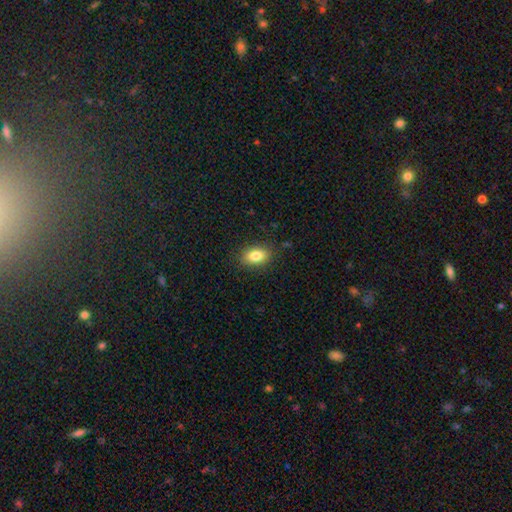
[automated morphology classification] smooth_or_featured: smooth (p=0.83) [alt: featured or disk p=0.09]
how_rounded: in between (p=0.87) [alt: round p=0.10]
merging: none (p=0.86) [alt: minor disturbance p=0.10]